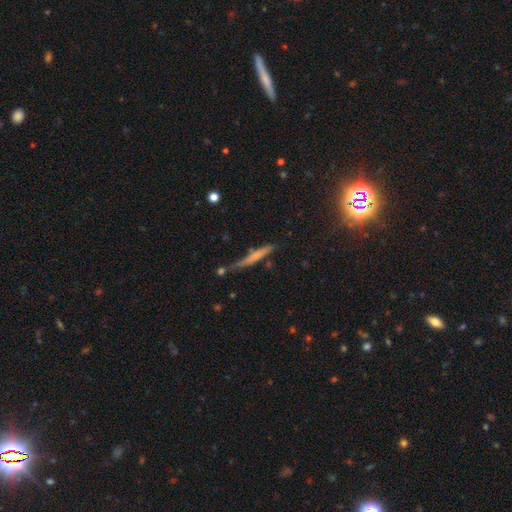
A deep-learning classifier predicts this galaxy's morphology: Smooth or featured? smooth (51%)
How rounded? cigar-shaped (92%)
Merging? none (62%)